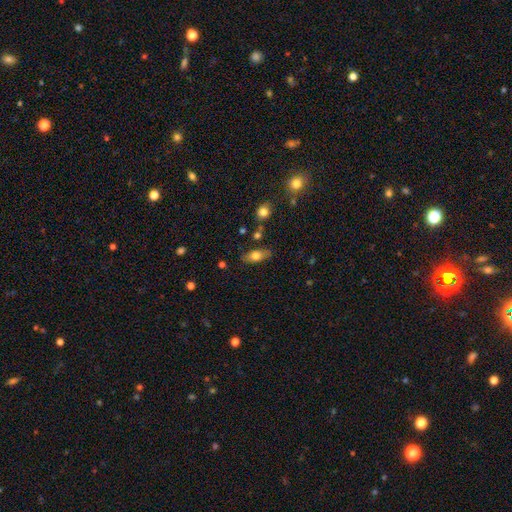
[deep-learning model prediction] This is likely a smooth galaxy (72%). How rounded: clearly in between (83%). Merging: likely none (77%).